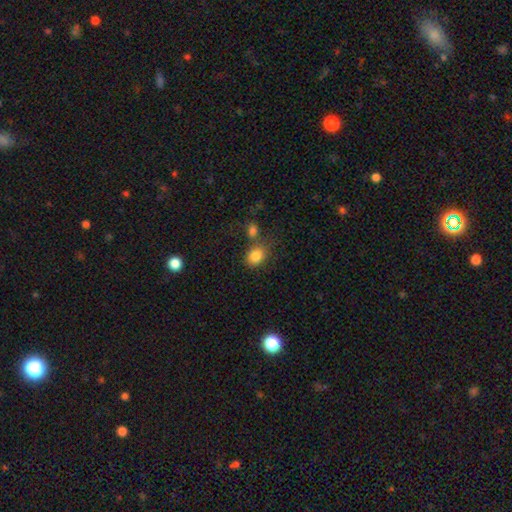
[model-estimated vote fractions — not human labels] Smooth or featured: smooth — 83% (star or artifact — 10%)
How rounded: round — 50% (in between — 49%)
Merging: none — 59% (merger — 23%)